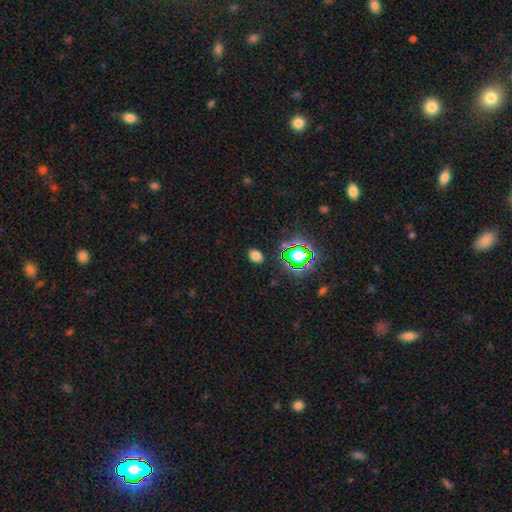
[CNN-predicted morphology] The model was most divided on "how rounded": in between: 70%, round: 29%, cigar-shaped: 1%. More confident: merging — none (87%); smooth or featured — smooth (71%).